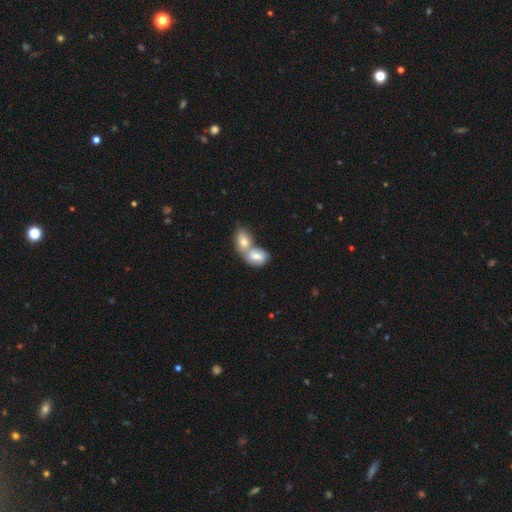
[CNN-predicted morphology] Smooth or featured? smooth (73%)
How rounded? in between (82%)
Merging? merger (76%)